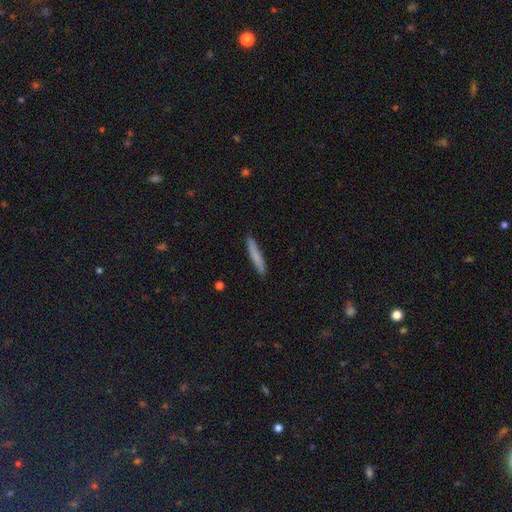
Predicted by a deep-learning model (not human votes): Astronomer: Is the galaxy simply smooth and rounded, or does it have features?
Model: smooth — 76%.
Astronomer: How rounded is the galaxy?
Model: cigar-shaped — 95%.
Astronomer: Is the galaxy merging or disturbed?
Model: none — 90%.